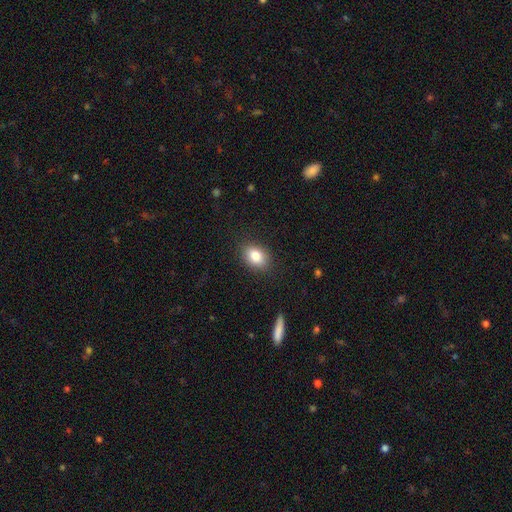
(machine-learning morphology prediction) Smooth or featured?
  - smooth: 82% *
  - featured or disk: 9%
  - star or artifact: 9%
How rounded?
  - in between: 74% *
  - round: 24%
  - cigar-shaped: 1%
Merging?
  - none: 86% *
  - minor disturbance: 10%
  - major disturbance: 3%
  - merger: 1%